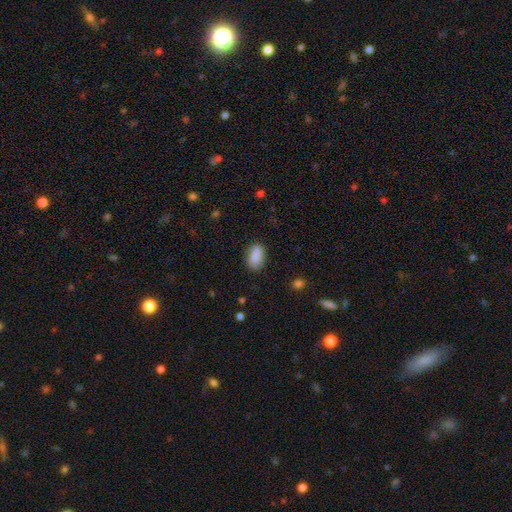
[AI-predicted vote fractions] Smooth or featured?
  - smooth: 87% *
  - star or artifact: 7%
  - featured or disk: 6%
How rounded?
  - in between: 87% *
  - round: 7%
  - cigar-shaped: 6%
Merging?
  - none: 79% *
  - minor disturbance: 15%
  - major disturbance: 4%
  - merger: 2%